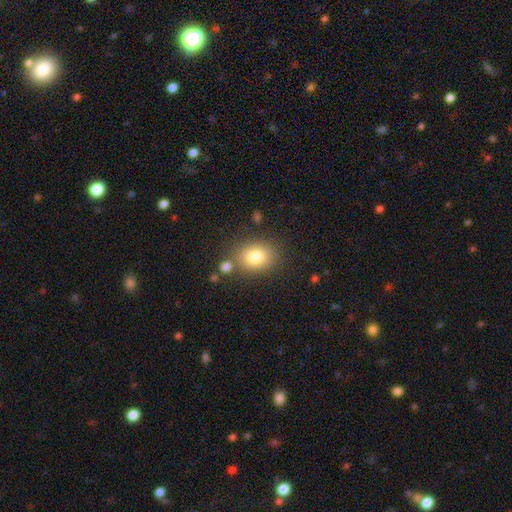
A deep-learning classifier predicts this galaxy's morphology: This is likely a smooth galaxy (80%). How rounded: possibly in between (52%). Merging: likely none (75%).